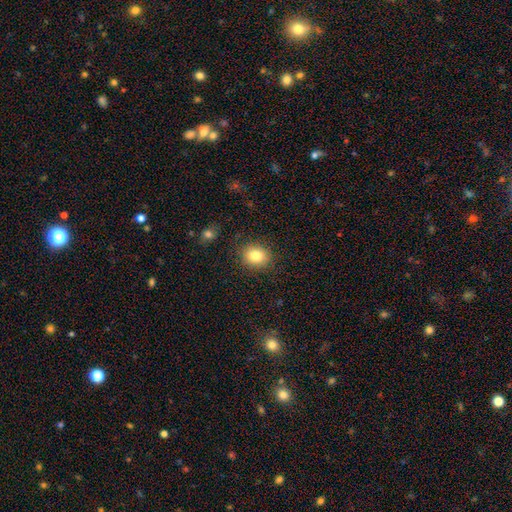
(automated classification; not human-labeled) smooth 83%, star or artifact 10%, featured or disk 7%. Down the decision tree: how rounded — round (64%); merging — none (87%).